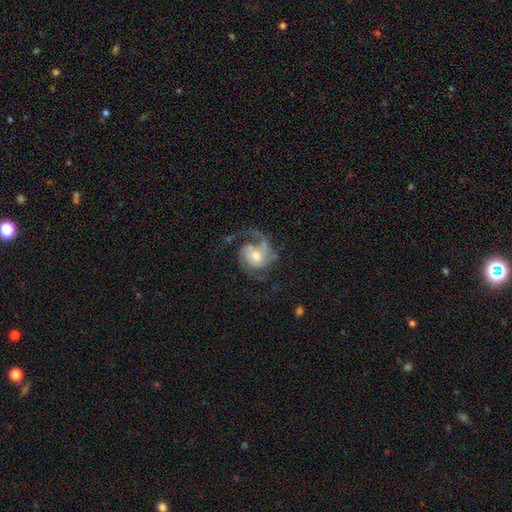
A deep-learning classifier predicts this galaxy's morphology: Smooth or featured?
  - featured or disk: 84% *
  - smooth: 11%
  - star or artifact: 5%
Edge-on disk?
  - no: 98% *
  - yes: 2%
Bar?
  - no: 66% *
  - weak: 29%
  - strong: 5%
Spiral arms?
  - yes: 95% *
  - no: 5%
Spiral winding?
  - medium: 47% *
  - loose: 30%
  - tight: 23%
Spiral arm count?
  - 2: 45% *
  - 1: 36%
  - 3: 7%
  - can't tell: 7%
  - 4: 3%
  - more than 4: 3%
Bulge size?
  - moderate: 53% *
  - large: 22%
  - small: 18%
  - none: 4%
  - dominant: 3%
Merging?
  - none: 50% *
  - major disturbance: 30%
  - minor disturbance: 17%
  - merger: 3%